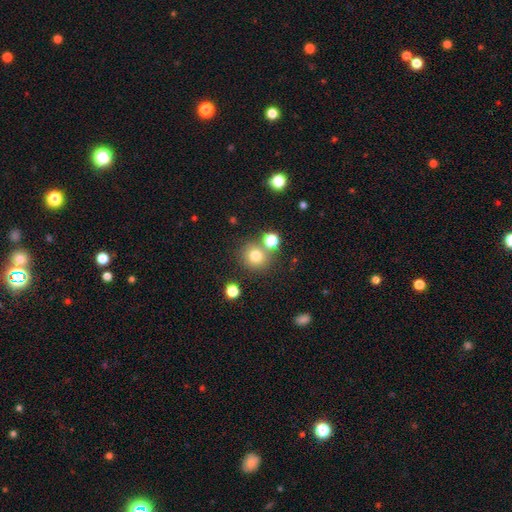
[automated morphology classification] Smooth or featured: smooth — 77% (star or artifact — 14%)
How rounded: round — 89% (in between — 10%)
Merging: none — 71% (merger — 17%)